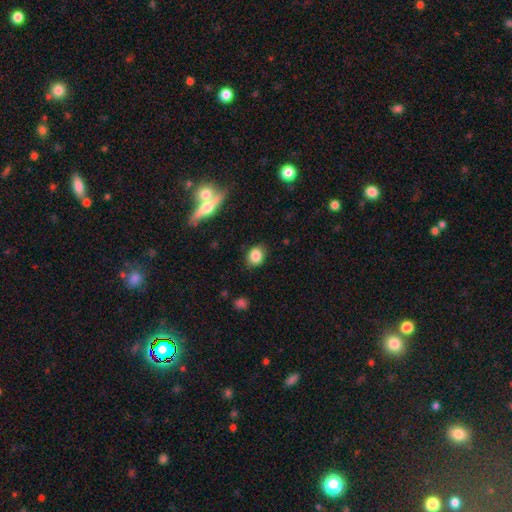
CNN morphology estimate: A smooth galaxy with no disk features (84%) that is round (50%).

Vote fractions:
- Smooth or featured? smooth: 84% / star or artifact: 9% / featured or disk: 8%
- How rounded? round: 50% / in between: 48% / cigar-shaped: 2%
- Merging? none: 82% / minor disturbance: 13% / major disturbance: 3% / merger: 2%